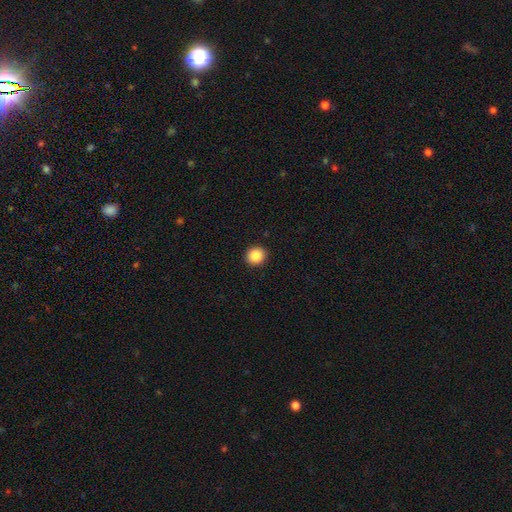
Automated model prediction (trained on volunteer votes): Smooth or featured? smooth (87%)
How rounded? round (88%)
Merging? none (93%)